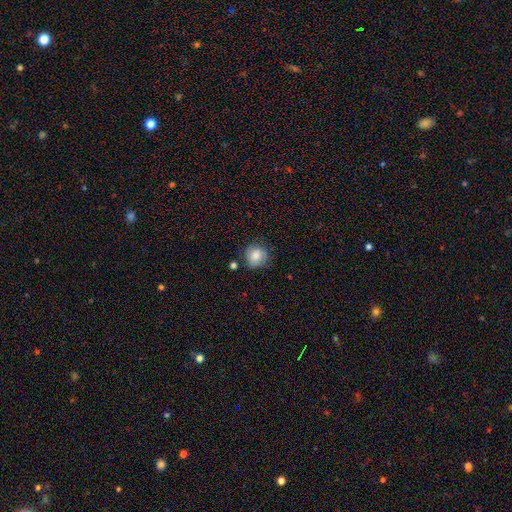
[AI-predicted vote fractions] This is likely a smooth galaxy (74%). How rounded: clearly round (85%). Merging: likely none (73%).